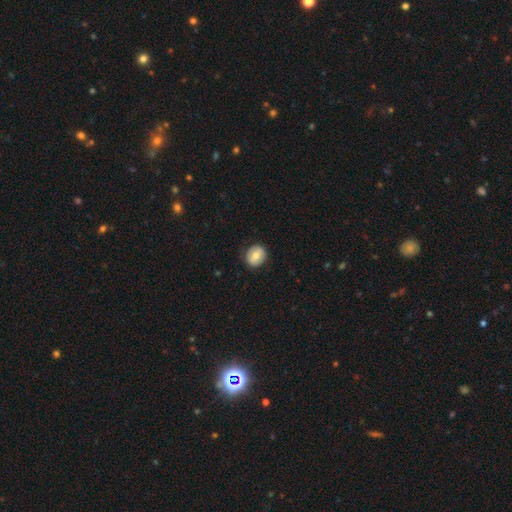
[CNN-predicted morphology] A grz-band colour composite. It shows a smooth galaxy with no disk features (71%) that is round (69%). Merging: none (86%).